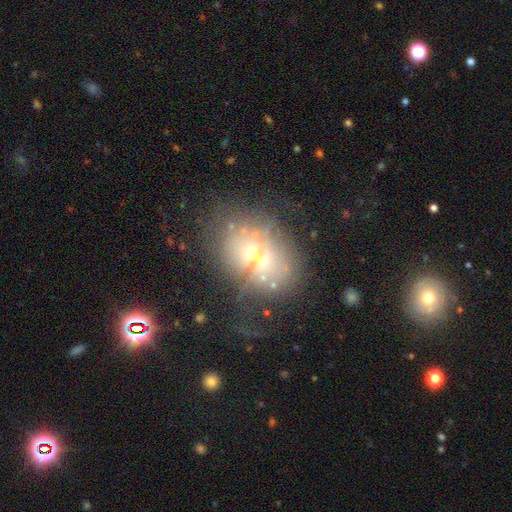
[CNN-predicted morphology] Q: Smooth or featured?
A: featured or disk (46%); runner-up: smooth (39%)
Q: Merging?
A: none (37%); runner-up: major disturbance (29%)